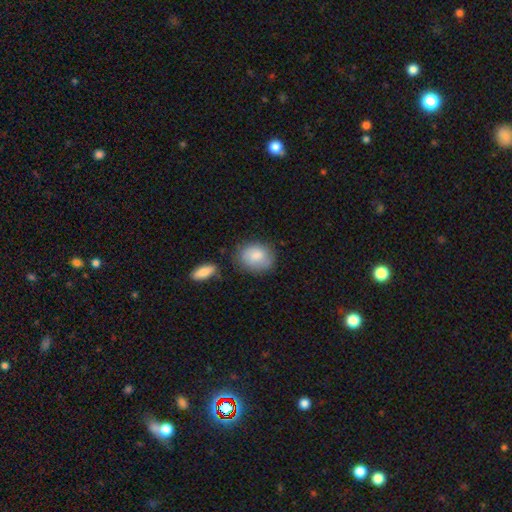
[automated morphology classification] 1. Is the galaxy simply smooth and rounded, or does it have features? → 83% smooth, 11% featured or disk, 6% star or artifact.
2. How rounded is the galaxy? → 51% in between, 47% round, 1% cigar-shaped.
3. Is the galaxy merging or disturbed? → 69% none, 19% minor disturbance, 7% merger, 5% major disturbance.